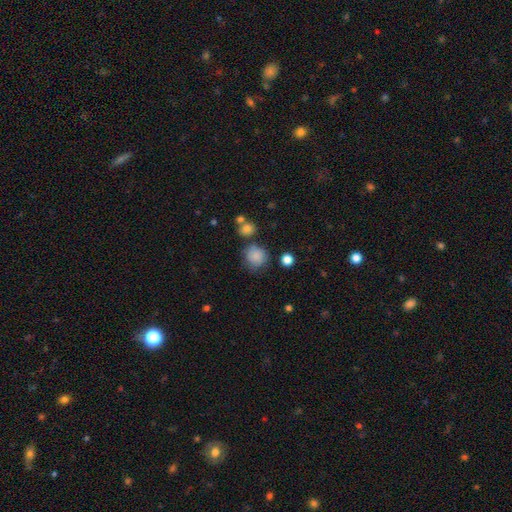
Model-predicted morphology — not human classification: This appears to be a smooth galaxy with no disk features (83%) that is round (86%). Merging: none (66%).